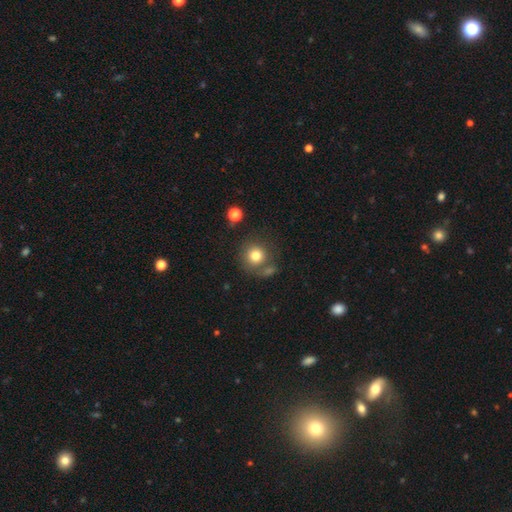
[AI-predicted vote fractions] A smooth galaxy with no disk features (79%) that is round (92%).

Vote fractions:
- Smooth or featured? smooth: 79% / star or artifact: 12% / featured or disk: 10%
- How rounded? round: 92% / in between: 7% / cigar-shaped: 1%
- Merging? none: 69% / merger: 14% / minor disturbance: 12% / major disturbance: 5%